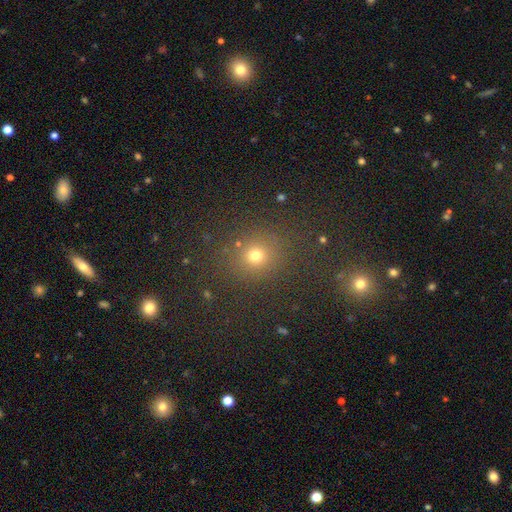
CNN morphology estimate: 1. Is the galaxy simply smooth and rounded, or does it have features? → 68% smooth, 24% star or artifact, 8% featured or disk.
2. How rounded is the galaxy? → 81% round, 17% in between, 2% cigar-shaped.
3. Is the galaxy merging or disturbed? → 82% none, 9% minor disturbance, 5% major disturbance, 4% merger.